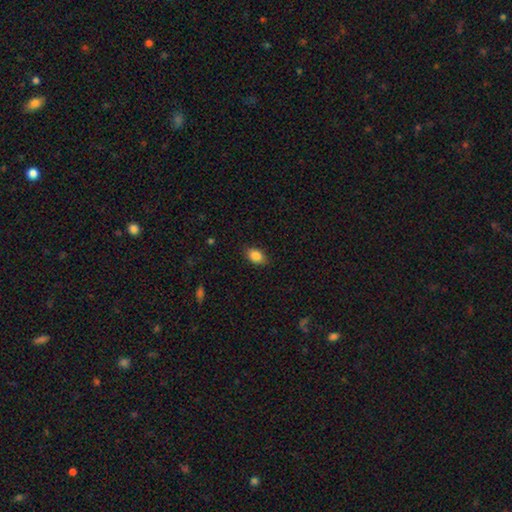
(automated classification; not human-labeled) Morphology: type=smooth (86%); roundness=in between (85%); merging=none (86%).